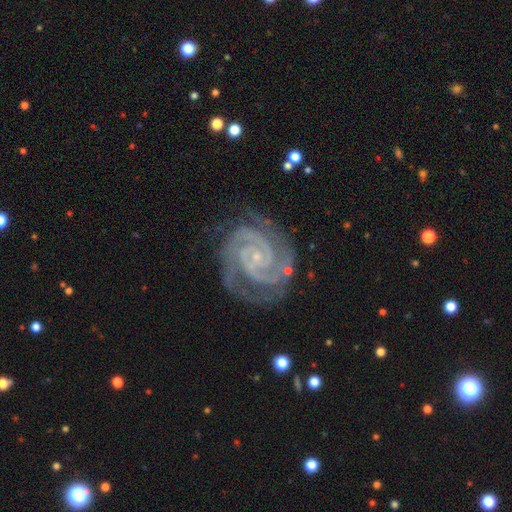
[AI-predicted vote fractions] The model was most divided on "bar": no: 64%, weak: 24%, strong: 12%. More confident: spiral arms — yes (99%); edge-on disk — no (98%); smooth or featured — featured or disk (92%); bulge size — small (86%); spiral winding — tight (79%); merging — none (78%); spiral arm count — 2 (69%).